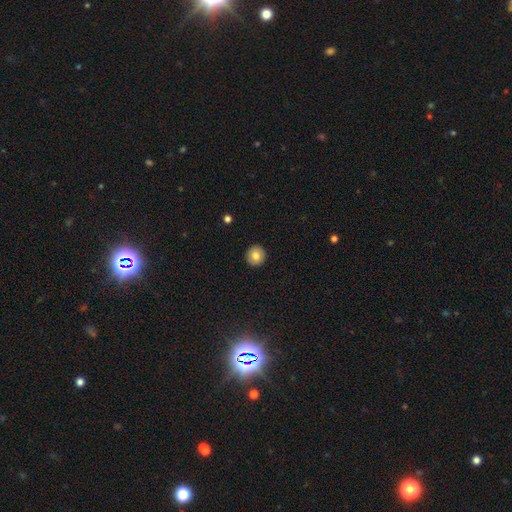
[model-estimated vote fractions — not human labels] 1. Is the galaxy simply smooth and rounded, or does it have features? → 80% smooth, 12% featured or disk, 8% star or artifact.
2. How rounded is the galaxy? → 93% round, 6% in between, 1% cigar-shaped.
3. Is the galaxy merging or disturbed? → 92% none, 5% minor disturbance, 2% major disturbance, 1% merger.